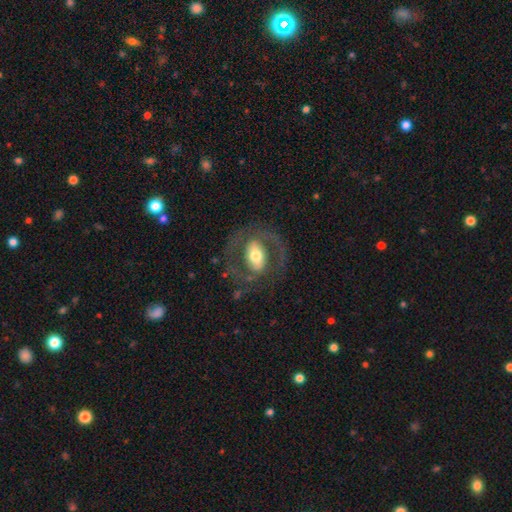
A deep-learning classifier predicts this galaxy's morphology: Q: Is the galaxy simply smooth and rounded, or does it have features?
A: featured or disk — 73%.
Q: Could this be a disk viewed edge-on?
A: no — 95%.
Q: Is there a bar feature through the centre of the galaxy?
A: strong — 44%.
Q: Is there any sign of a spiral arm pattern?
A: yes — 70%.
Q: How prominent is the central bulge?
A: moderate — 62%.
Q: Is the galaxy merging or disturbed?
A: none — 71%.